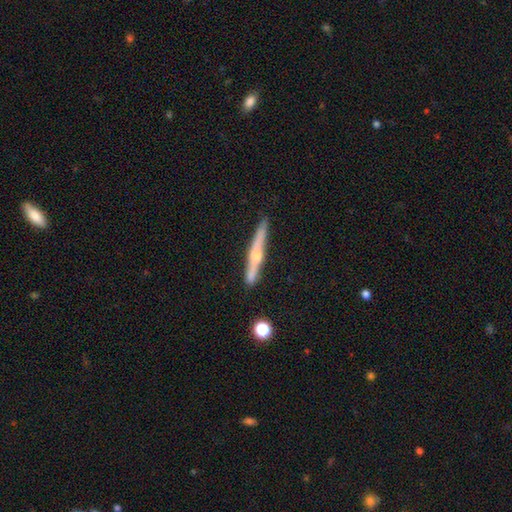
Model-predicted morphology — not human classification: The model was most divided on "smooth or featured": featured or disk: 70%, smooth: 24%, star or artifact: 6%. More confident: edge-on disk — yes (97%); edge-on bulge — rounded (87%); merging — none (85%).